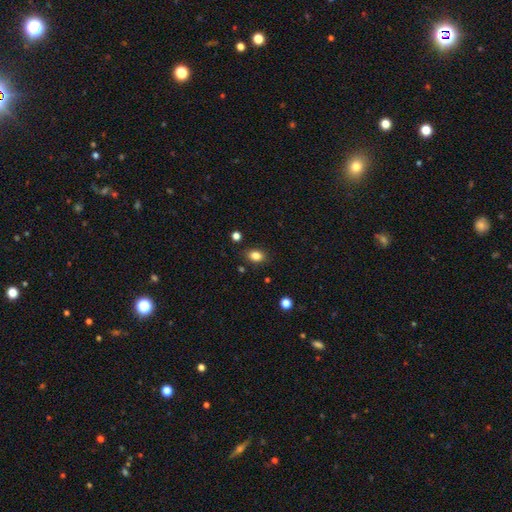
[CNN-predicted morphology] Overall: smooth (84%). How rounded: in between (75%). Merging: none (84%).